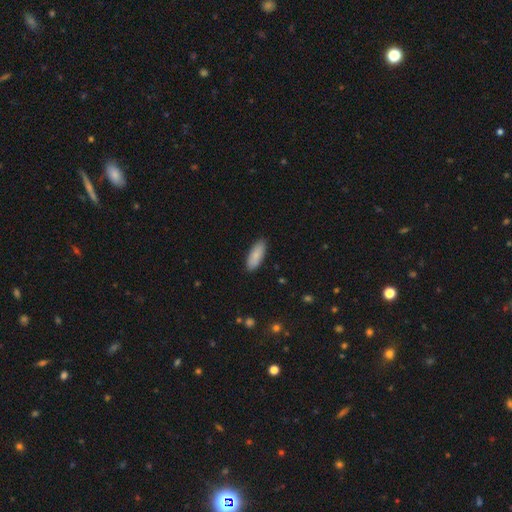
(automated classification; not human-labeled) Smooth or featured? Predicted: smooth (p=0.86). How rounded? Predicted: in between (p=0.75). Merging? Predicted: none (p=0.88).